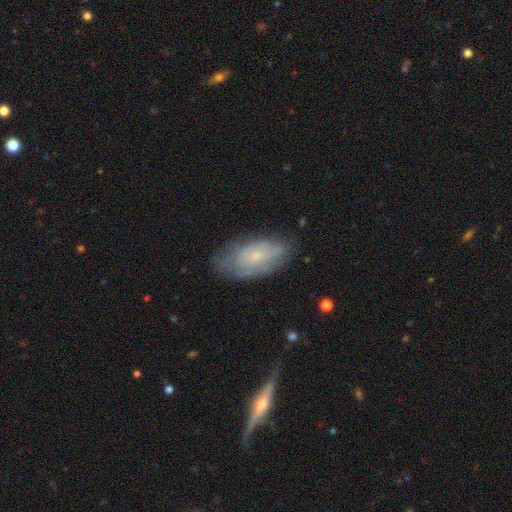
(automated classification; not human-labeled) Smooth or featured? smooth (50%)
How rounded? in between (91%)
Merging? none (68%)